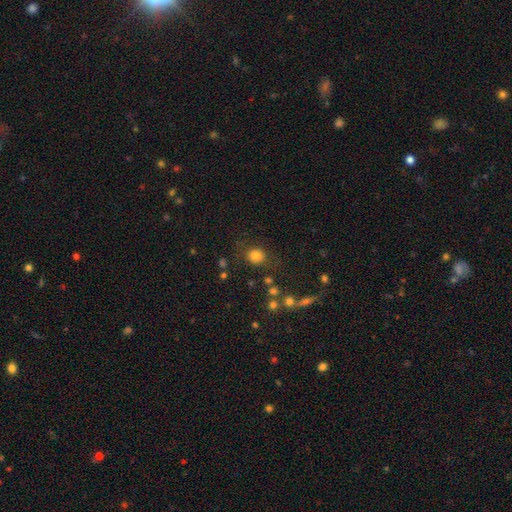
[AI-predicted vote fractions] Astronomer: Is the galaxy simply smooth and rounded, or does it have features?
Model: smooth — 81%.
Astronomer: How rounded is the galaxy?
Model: round — 80%.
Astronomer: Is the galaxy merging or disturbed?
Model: none — 77%.